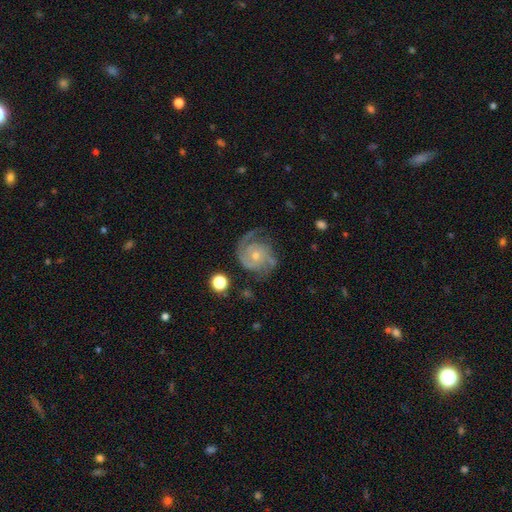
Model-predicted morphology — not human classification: smooth-or-featured: featured or disk: 86% | smooth: 8% | star or artifact: 5%
  disk-edge-on: no: 98% | yes: 2%
    bar: no: 76% | weak: 20% | strong: 4%
    has-spiral-arms: yes: 97% | no: 3%
      spiral-winding: tight: 46% | medium: 42% | loose: 12%
      spiral-arm-count: 2: 63% | 3: 14% | can't tell: 10% | 1: 6% | 4: 3% | more than 4: 3%
    bulge-size: small: 60% | moderate: 36% | none: 2% | large: 2% | dominant: 1%
  merging: none: 67% | minor disturbance: 19% | major disturbance: 12% | merger: 3%